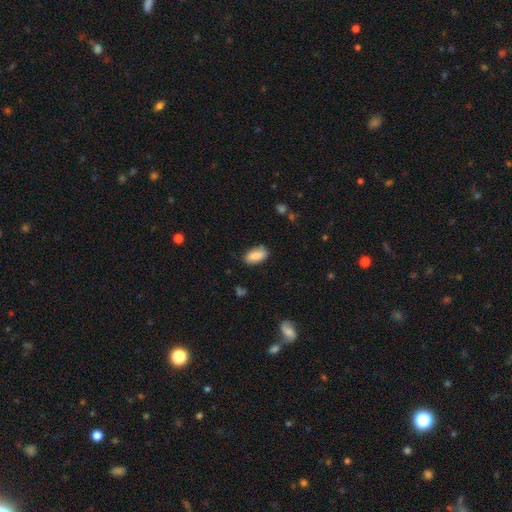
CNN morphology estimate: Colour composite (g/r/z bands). It shows a smooth galaxy with no disk features (84%) that is in between round and cigar-shaped (90%). Merging: none (81%).